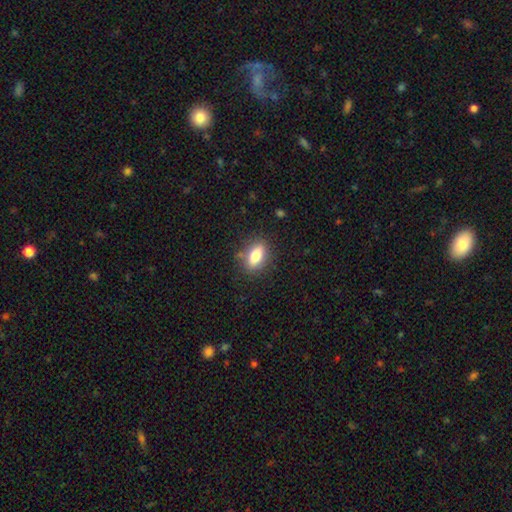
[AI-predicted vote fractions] Smooth or featured? Predicted: smooth (p=0.74). How rounded? Predicted: in between (p=0.77). Merging? Predicted: none (p=0.84).